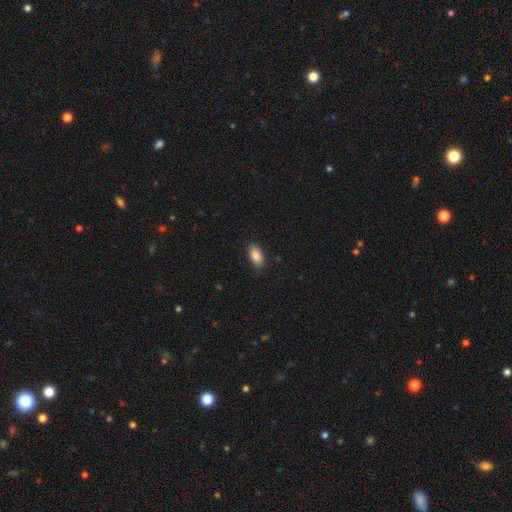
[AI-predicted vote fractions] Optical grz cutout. It shows a smooth galaxy with no disk features (86%) that is in between round and cigar-shaped (92%). Merging: none (86%).